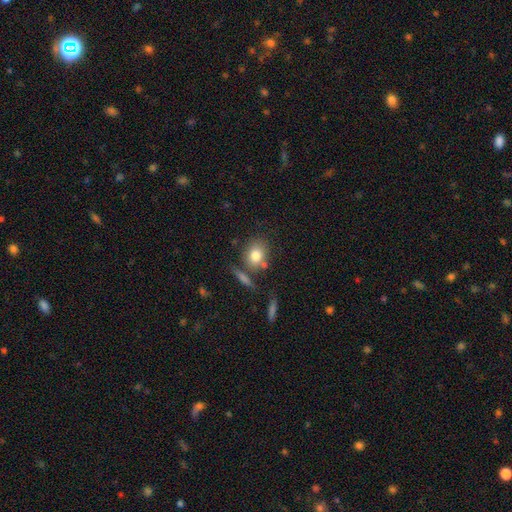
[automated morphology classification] type=smooth (79%); roundness=round (59%); merging=none (64%).